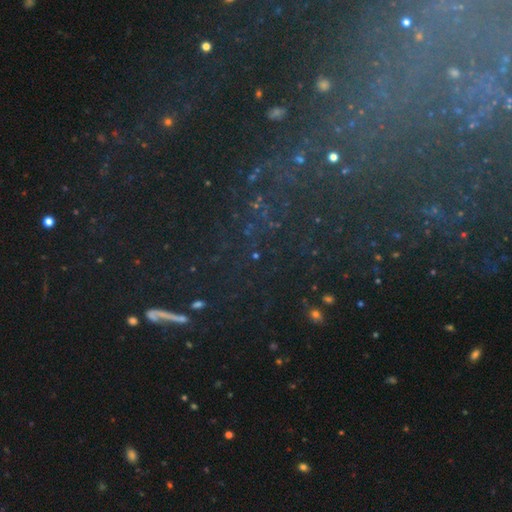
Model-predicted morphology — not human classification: Smooth or featured?
  - star or artifact: 68% *
  - smooth: 19%
  - featured or disk: 13%